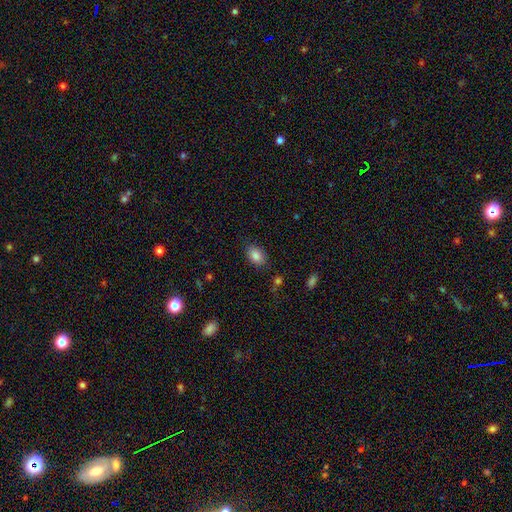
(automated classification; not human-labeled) smooth_or_featured: smooth (p=0.86) [alt: star or artifact p=0.09]
how_rounded: in between (p=0.84) [alt: round p=0.15]
merging: none (p=0.84) [alt: minor disturbance p=0.11]